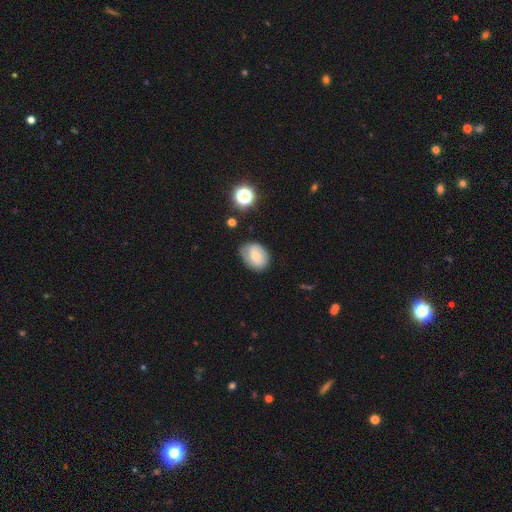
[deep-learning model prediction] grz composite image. It shows a smooth galaxy with no disk features (71%) that is in between round and cigar-shaped (64%). Merging: none (67%).